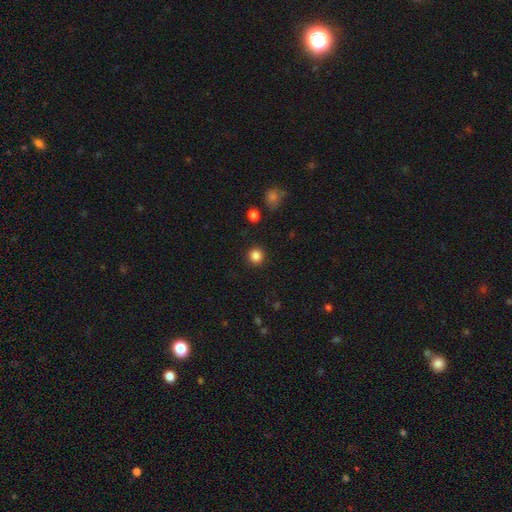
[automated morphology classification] Smooth or featured? smooth (85%)
How rounded? round (93%)
Merging? none (91%)